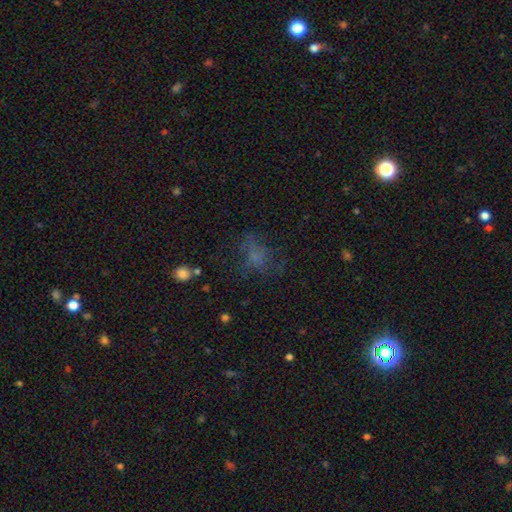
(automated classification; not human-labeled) Morphology: type=smooth (51%); roundness=in between (61%); merging=none (49%).